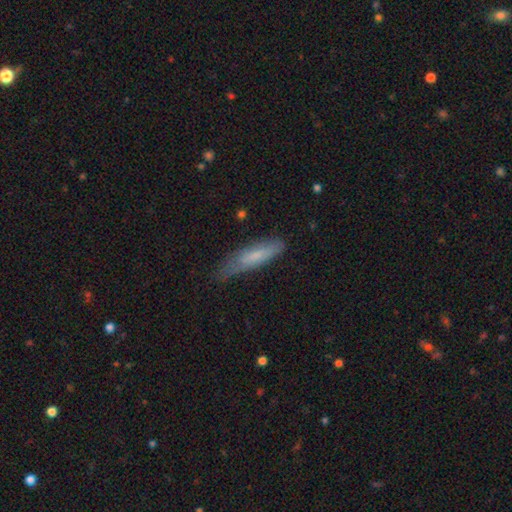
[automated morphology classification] The model was most divided on "merging": none: 56%, minor disturbance: 33%, major disturbance: 9%, merger: 2%. More confident: how rounded — cigar-shaped (73%); smooth or featured — smooth (70%).